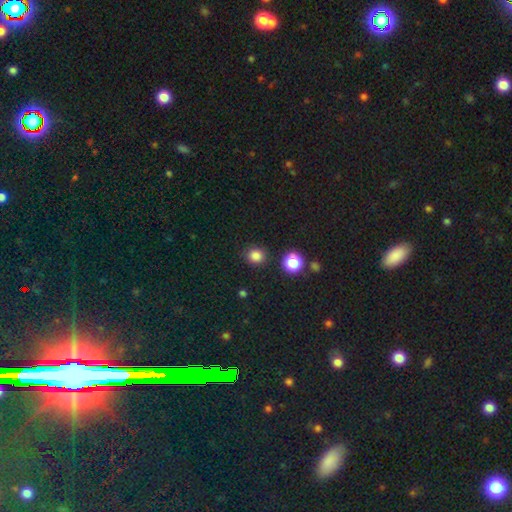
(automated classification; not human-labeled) smooth-or-featured: smooth: 81% | star or artifact: 15% | featured or disk: 4%
  how-rounded: round: 86% | in between: 13% | cigar-shaped: 1%
  merging: none: 86% | minor disturbance: 8% | merger: 3% | major disturbance: 3%